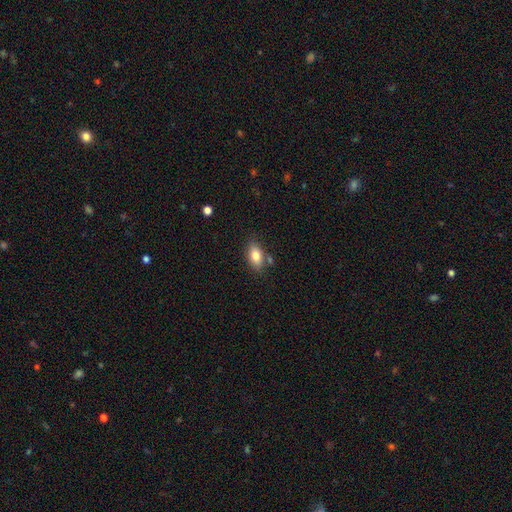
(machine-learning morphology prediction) Smooth or featured? smooth (80%)
How rounded? in between (87%)
Merging? none (75%)